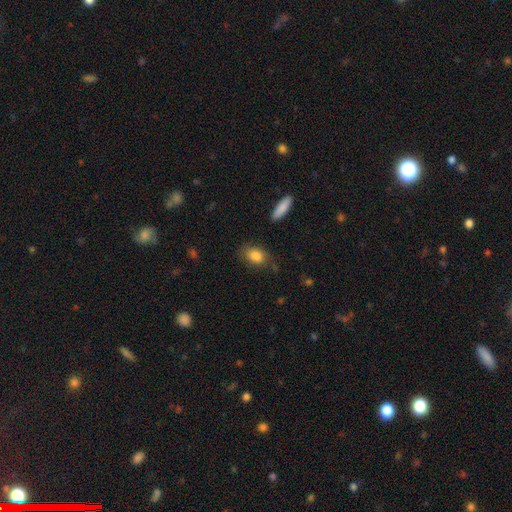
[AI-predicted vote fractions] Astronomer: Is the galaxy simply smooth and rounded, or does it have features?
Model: smooth — 86%.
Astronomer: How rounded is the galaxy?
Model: in between — 82%.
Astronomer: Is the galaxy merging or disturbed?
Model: none — 74%.